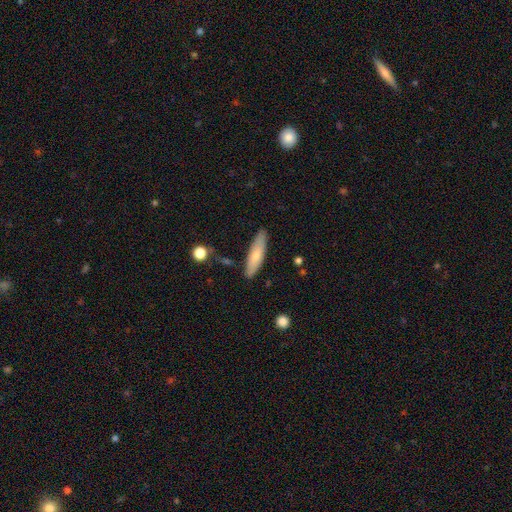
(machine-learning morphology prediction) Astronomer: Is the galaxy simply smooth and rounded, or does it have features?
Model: smooth — 70%.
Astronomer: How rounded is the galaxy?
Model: cigar-shaped — 67%.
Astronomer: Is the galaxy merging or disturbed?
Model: none — 83%.